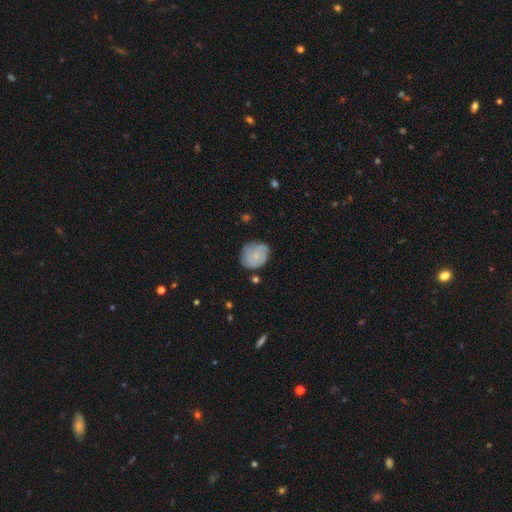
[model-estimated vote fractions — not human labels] A smooth galaxy with no disk features (55%) that is round (67%).

Vote fractions:
- Smooth or featured? smooth: 55% / featured or disk: 38% / star or artifact: 7%
- How rounded? round: 67% / in between: 32% / cigar-shaped: 1%
- Merging? none: 68% / minor disturbance: 24% / major disturbance: 6% / merger: 3%